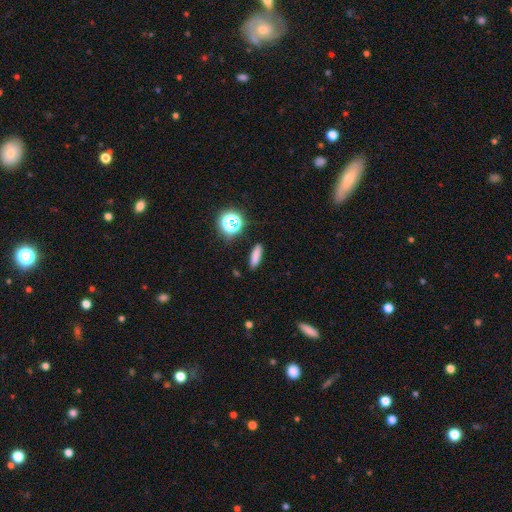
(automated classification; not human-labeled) A smooth galaxy with no disk features (77%) that is cigar-shaped (63%). Merging: none (88%).